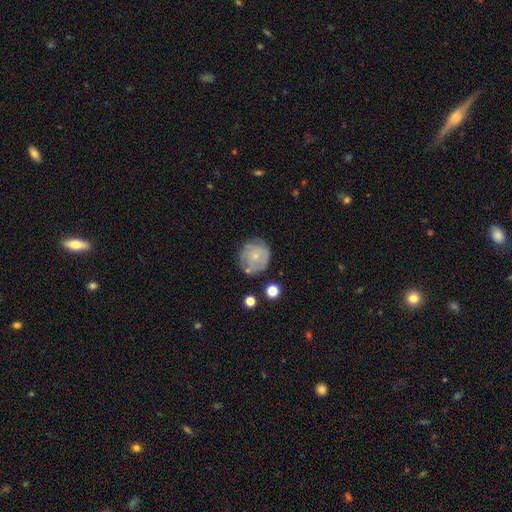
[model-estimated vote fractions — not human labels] Q: Smooth or featured?
A: smooth (50%); runner-up: featured or disk (42%)
Q: Merging?
A: none (66%); runner-up: minor disturbance (21%)